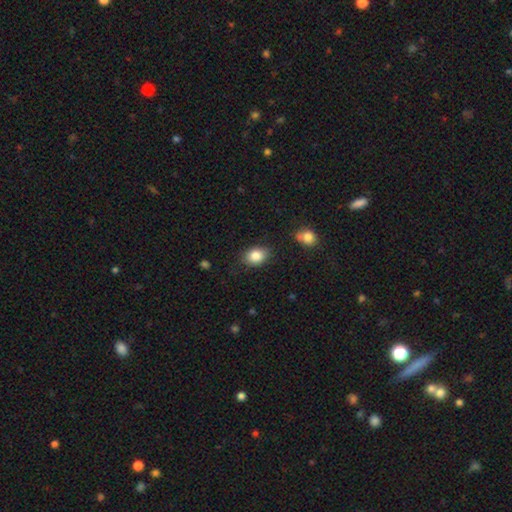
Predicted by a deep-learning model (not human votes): Smooth or featured: smooth — 86% (star or artifact — 8%)
How rounded: in between — 69% (round — 29%)
Merging: none — 80% (minor disturbance — 14%)